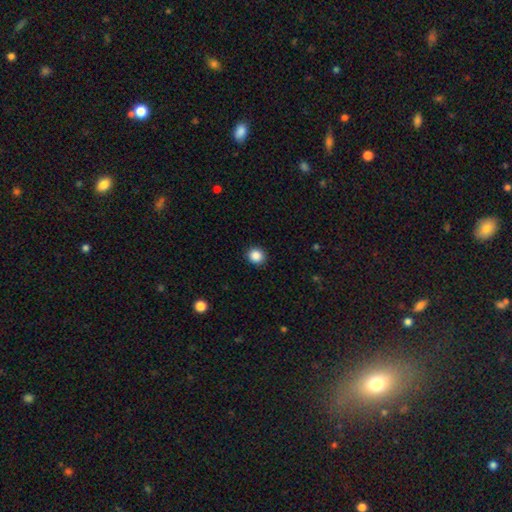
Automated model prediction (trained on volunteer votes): A smooth galaxy with no disk features (87%) that is round (87%).

Vote fractions:
- Smooth or featured? smooth: 87% / star or artifact: 10% / featured or disk: 3%
- How rounded? round: 87% / in between: 12% / cigar-shaped: 1%
- Merging? none: 92% / minor disturbance: 6% / major disturbance: 2% / merger: 1%